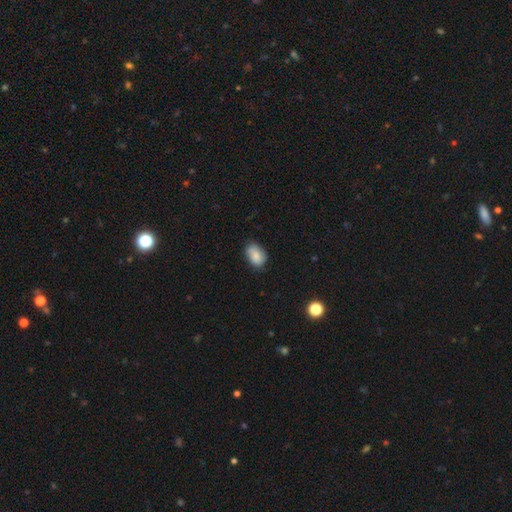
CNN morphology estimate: smooth_or_featured: smooth (p=0.80) [alt: featured or disk p=0.12]
how_rounded: in between (p=0.85) [alt: round p=0.14]
merging: none (p=0.65) [alt: minor disturbance p=0.28]